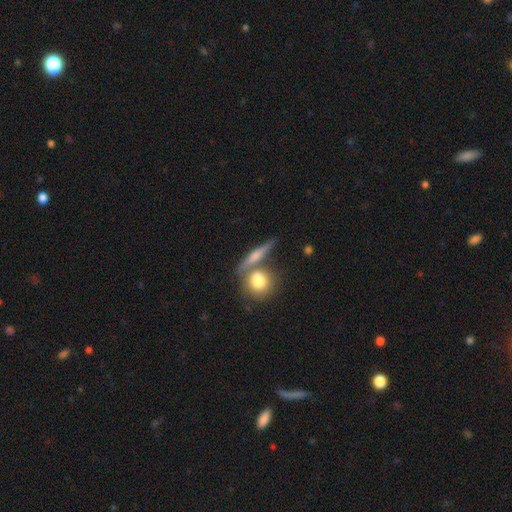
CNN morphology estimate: A smooth galaxy with no disk features (53%) that is cigar-shaped (46%).

Vote fractions:
- Smooth or featured? smooth: 53% / featured or disk: 39% / star or artifact: 8%
- How rounded? cigar-shaped: 46% / round: 31% / in between: 23%
- Merging? none: 62% / merger: 22% / minor disturbance: 11% / major disturbance: 4%